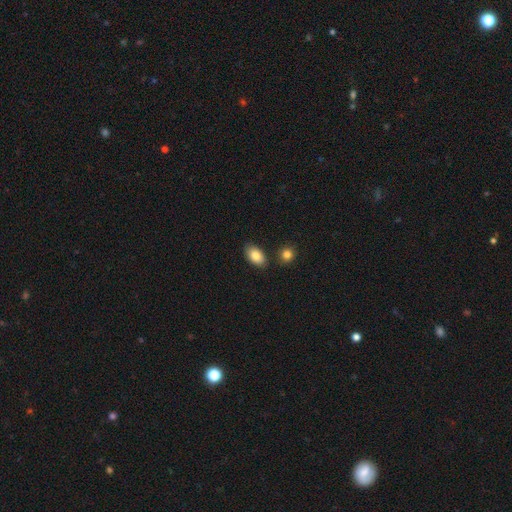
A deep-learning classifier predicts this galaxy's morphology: This appears to be a smooth galaxy with no disk features (84%) that is in between round and cigar-shaped (92%). Merging: none (81%).